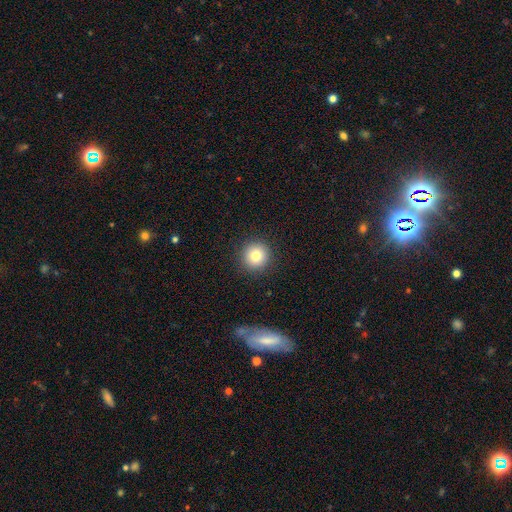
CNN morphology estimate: The model was most divided on "smooth or featured": smooth: 81%, star or artifact: 11%, featured or disk: 8%. More confident: how rounded — round (95%); merging — none (91%).